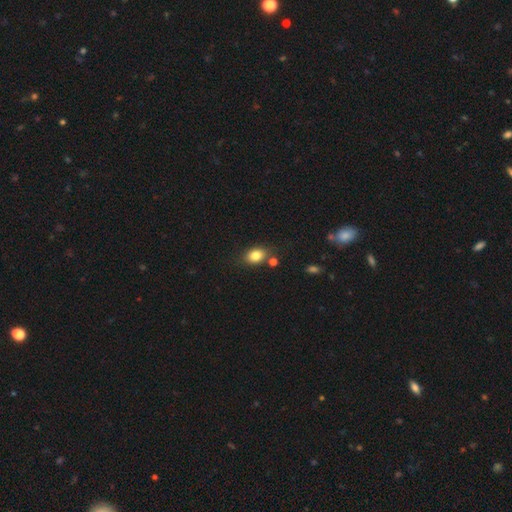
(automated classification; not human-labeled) This appears to be a smooth galaxy with no disk features (82%) that is in between round and cigar-shaped (68%). Merging: none (74%).